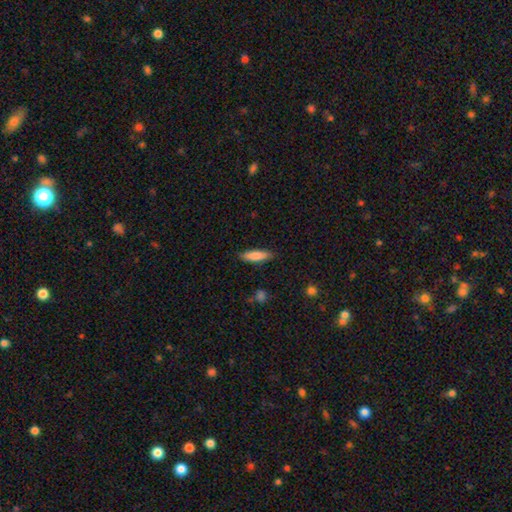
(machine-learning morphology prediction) This appears to be a smooth galaxy with no disk features (81%) that is cigar-shaped (58%). Merging: none (85%).